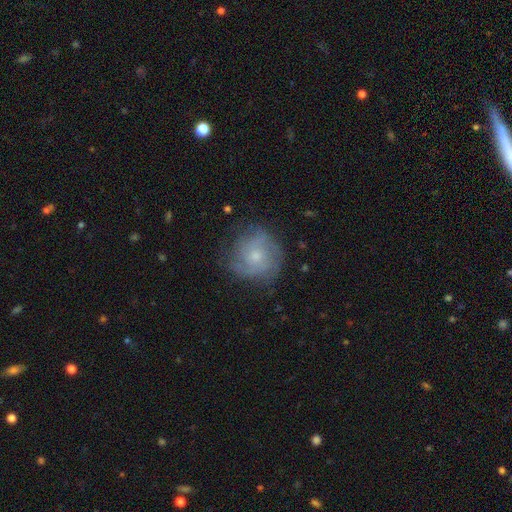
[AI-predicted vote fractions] This appears to be a featured or disk galaxy (56%) with no bar (77%), spiral arms (80%) and a moderate central bulge (47%). Merging: none (71%).